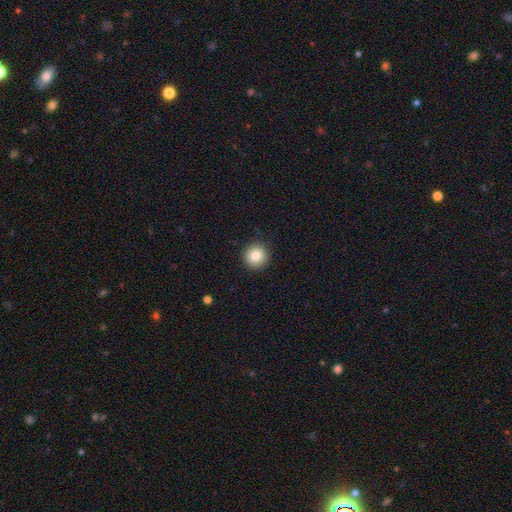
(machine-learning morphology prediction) smooth 84%, star or artifact 9%, featured or disk 7%. Down the decision tree: how rounded — round (95%); merging — none (91%).